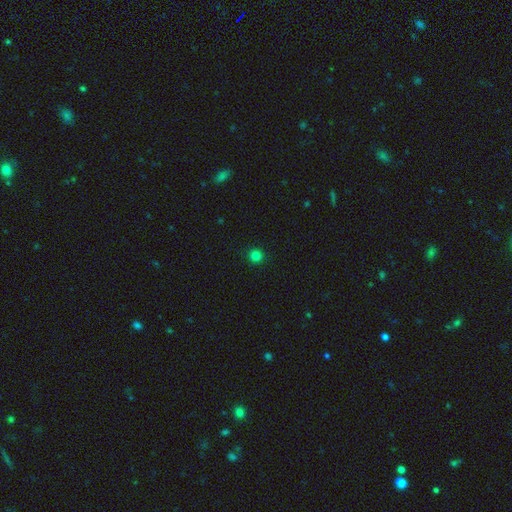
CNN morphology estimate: smooth-or-featured: smooth: 82% | star or artifact: 15% | featured or disk: 3%
  how-rounded: round: 95% | in between: 4% | cigar-shaped: 1%
  merging: none: 91% | minor disturbance: 6% | major disturbance: 2% | merger: 1%